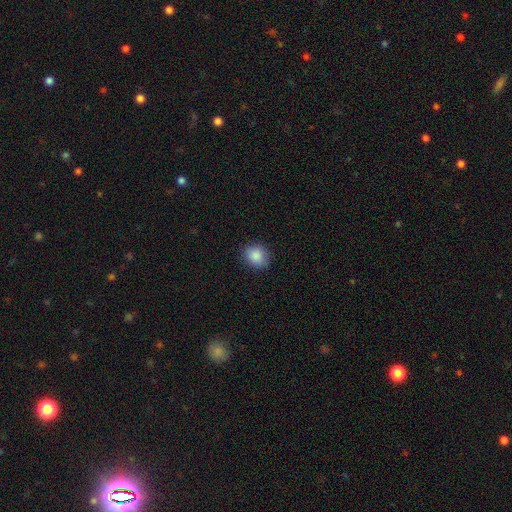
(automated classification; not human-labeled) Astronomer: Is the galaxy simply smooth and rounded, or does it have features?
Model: smooth — 88%.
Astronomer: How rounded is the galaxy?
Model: round — 67%.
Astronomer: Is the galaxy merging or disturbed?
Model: none — 86%.